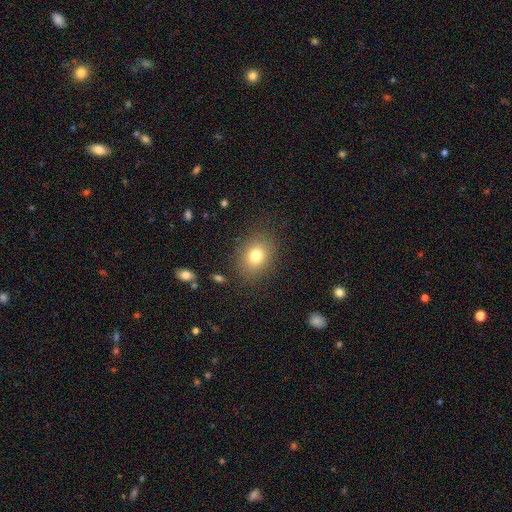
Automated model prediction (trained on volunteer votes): Morphology: type=smooth (77%); roundness=in between (50%); merging=none (85%).